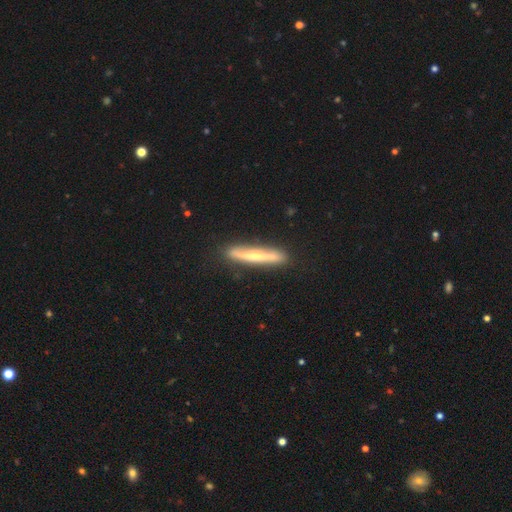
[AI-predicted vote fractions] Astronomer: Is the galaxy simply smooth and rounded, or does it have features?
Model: featured or disk — 54% (runner-up: smooth, 40%).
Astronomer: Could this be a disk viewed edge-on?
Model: yes — 90%.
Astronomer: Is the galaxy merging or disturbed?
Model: none — 87%.